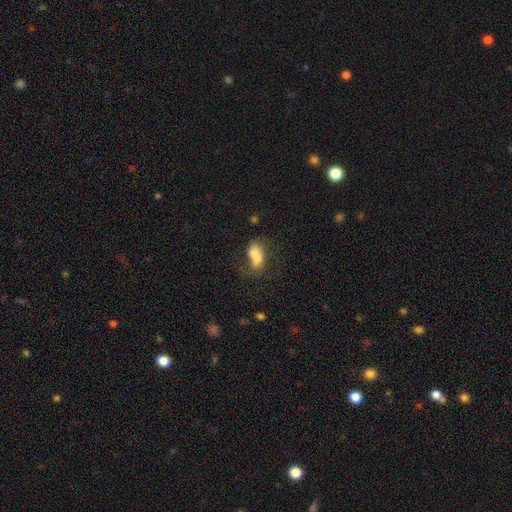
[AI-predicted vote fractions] A smooth galaxy with no disk features (63%) that is in between round and cigar-shaped (88%). Merging: none (33%).